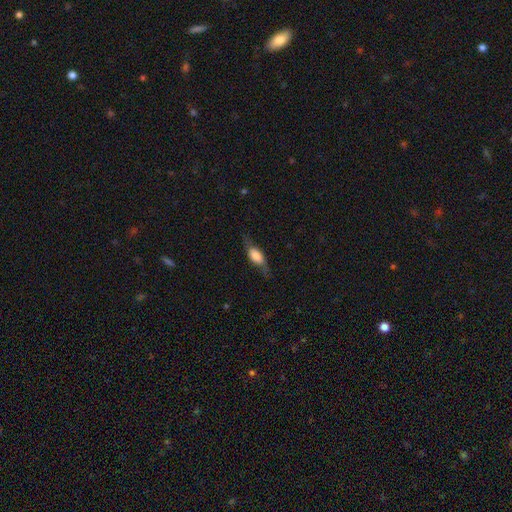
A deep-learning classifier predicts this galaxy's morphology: Q: Smooth or featured?
A: smooth (57%); runner-up: featured or disk (35%)
Q: How rounded?
A: in between (72%); runner-up: cigar-shaped (23%)
Q: Merging?
A: none (65%); runner-up: minor disturbance (22%)